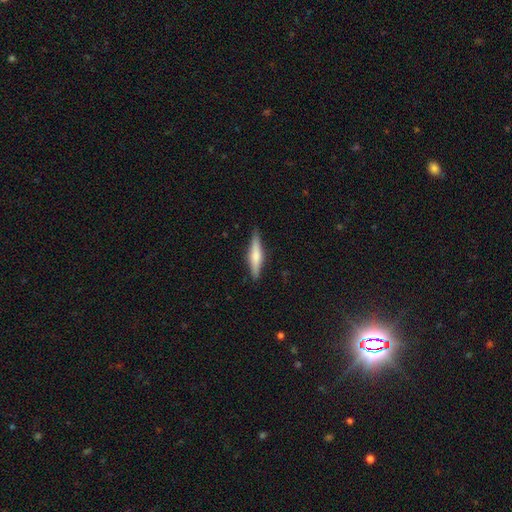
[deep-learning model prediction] This is possibly a smooth galaxy (52%). How rounded: clearly cigar-shaped (84%). Merging: clearly none (88%).